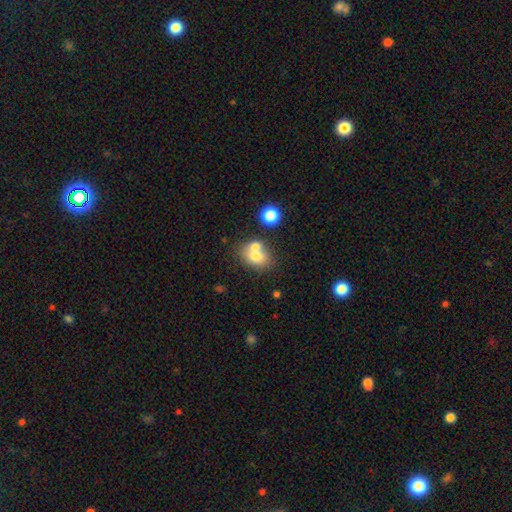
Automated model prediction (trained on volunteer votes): Smooth or featured? Predicted: smooth (p=0.71). How rounded? Predicted: in between (p=0.58). Merging? Predicted: merger (p=0.48).